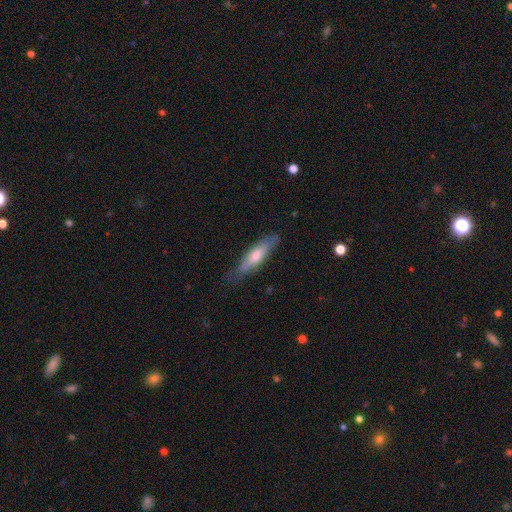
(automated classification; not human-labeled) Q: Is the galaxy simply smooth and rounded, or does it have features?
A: smooth — 52%.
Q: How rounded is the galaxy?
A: cigar-shaped — 71%.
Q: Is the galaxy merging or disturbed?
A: none — 72%.